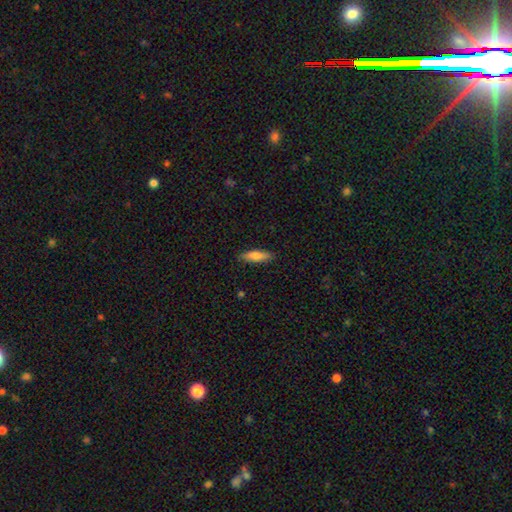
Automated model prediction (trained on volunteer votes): Overall: smooth (79%). How rounded: cigar-shaped (59%; in between 40%). Merging: none (87%).